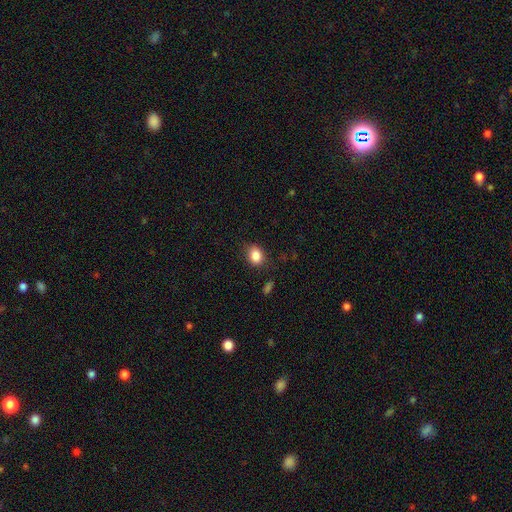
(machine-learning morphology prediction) smooth 85%, star or artifact 9%, featured or disk 6%. Down the decision tree: how rounded — in between (61%); merging — none (80%).